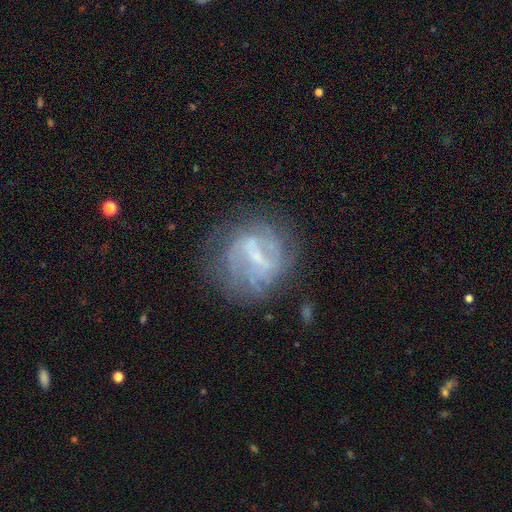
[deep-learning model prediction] Smooth or featured?
  - featured or disk: 72% *
  - smooth: 18%
  - star or artifact: 10%
Edge-on disk?
  - no: 97% *
  - yes: 3%
Bar?
  - weak: 47% *
  - strong: 34%
  - no: 20%
Spiral arms?
  - yes: 62% *
  - no: 38%
Bulge size?
  - small: 51% *
  - none: 26%
  - moderate: 19%
  - large: 2%
  - dominant: 1%
Merging?
  - none: 62% *
  - minor disturbance: 18%
  - major disturbance: 17%
  - merger: 3%